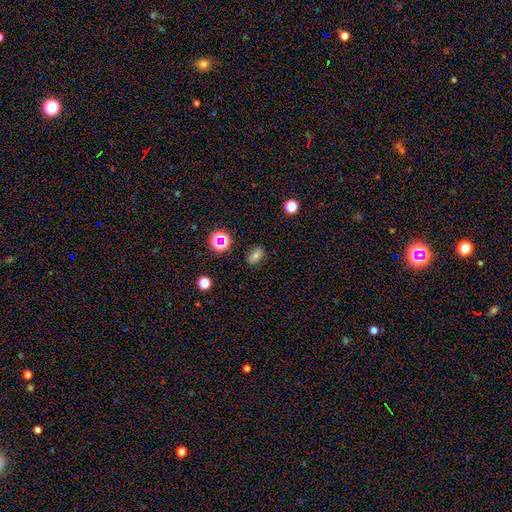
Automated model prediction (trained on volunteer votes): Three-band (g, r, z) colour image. It shows a smooth galaxy with no disk features (55%) that is in between round and cigar-shaped (71%). Merging: none (82%).